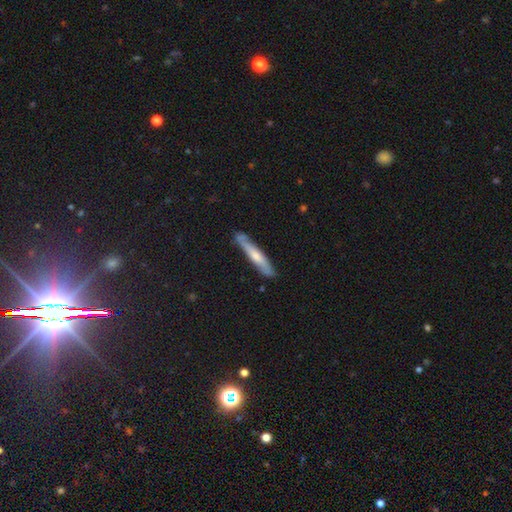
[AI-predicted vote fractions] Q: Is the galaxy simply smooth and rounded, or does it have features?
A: smooth — 50%.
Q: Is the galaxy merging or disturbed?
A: none — 79%.